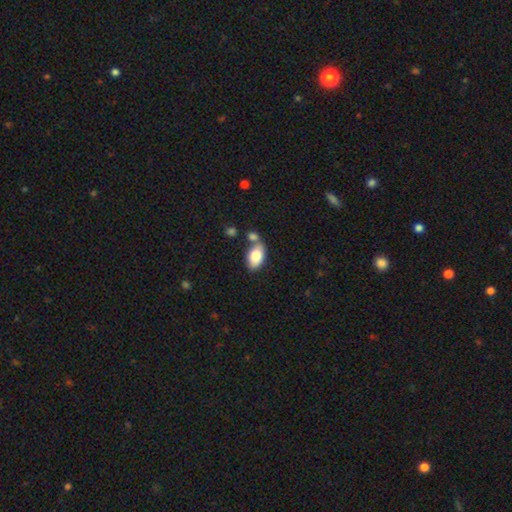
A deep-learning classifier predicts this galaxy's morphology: smooth 82%, featured or disk 11%, star or artifact 7%. Down the decision tree: how rounded — in between (93%); merging — none (52%).